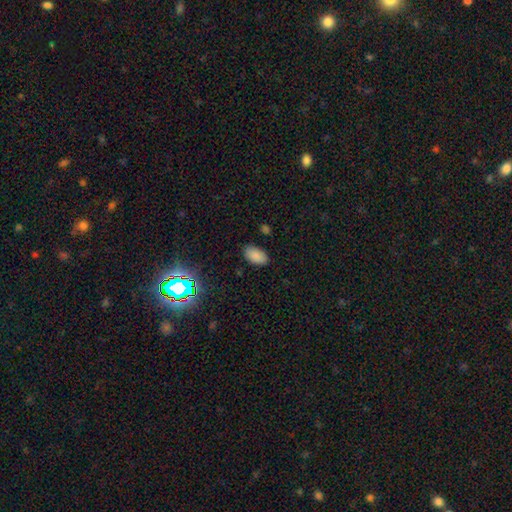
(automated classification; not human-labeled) Smooth or featured?
  - smooth: 83% *
  - star or artifact: 13%
  - featured or disk: 5%
How rounded?
  - in between: 94% *
  - round: 5%
  - cigar-shaped: 2%
Merging?
  - none: 86% *
  - minor disturbance: 10%
  - major disturbance: 3%
  - merger: 1%